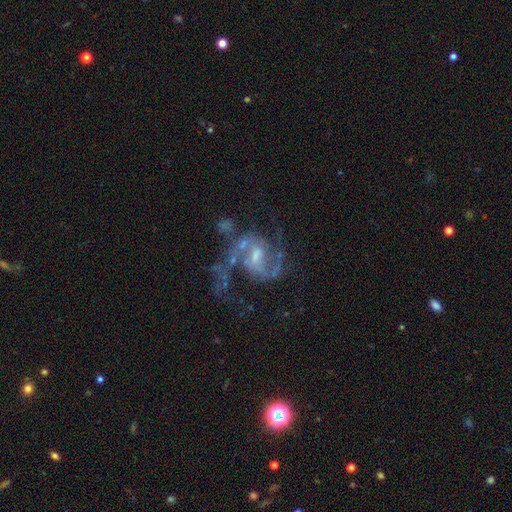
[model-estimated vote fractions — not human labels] This appears to be a featured or disk galaxy (86%) with a weak bar (51%), 2 (77%) medium (50%) spiral arms (92%) and a small central bulge (44%). Merging: none (41%).